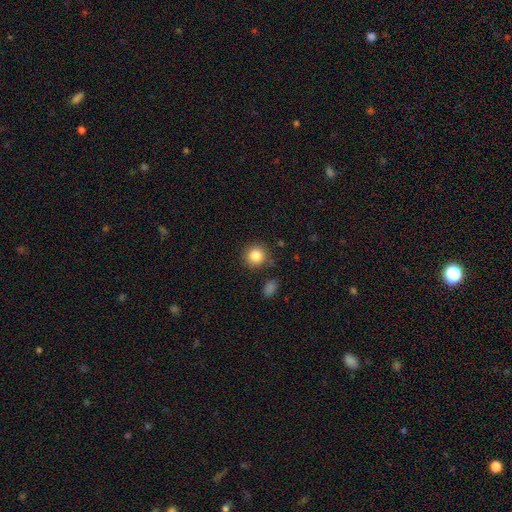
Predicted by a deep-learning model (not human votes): Overall: smooth (85%). How rounded: round (90%). Merging: none (83%).